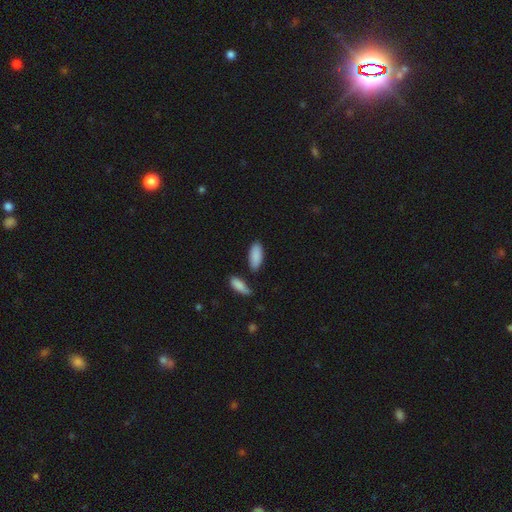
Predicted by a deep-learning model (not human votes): smooth-or-featured: smooth: 89% | star or artifact: 6% | featured or disk: 5%
  how-rounded: in between: 86% | cigar-shaped: 12% | round: 2%
  merging: none: 77% | minor disturbance: 13% | merger: 8% | major disturbance: 3%